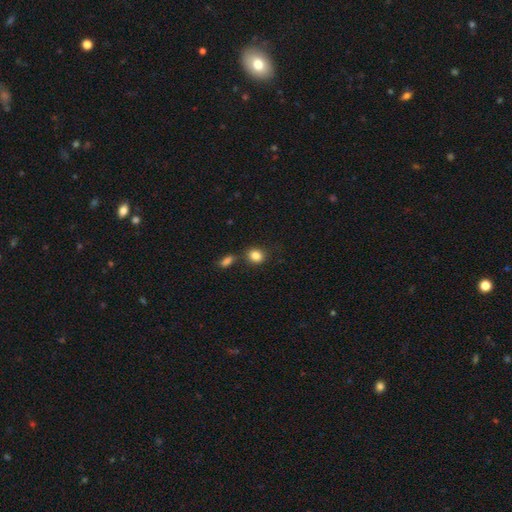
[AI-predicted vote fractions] The model was most divided on "how rounded": round: 63%, in between: 36%, cigar-shaped: 1%. More confident: smooth or featured — smooth (85%); merging — none (72%).